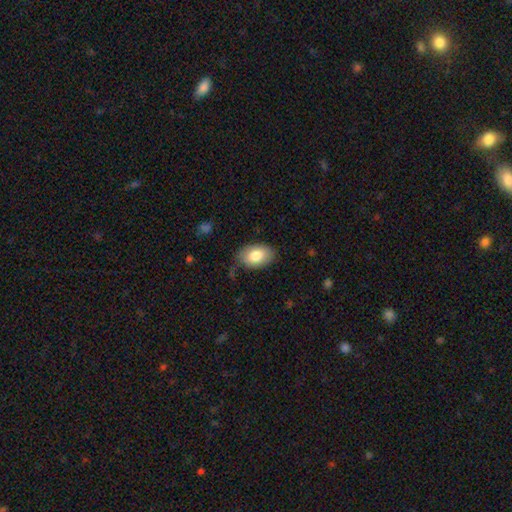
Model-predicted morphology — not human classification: smooth 82%, featured or disk 11%, star or artifact 7%. Down the decision tree: how rounded — in between (91%); merging — none (78%).